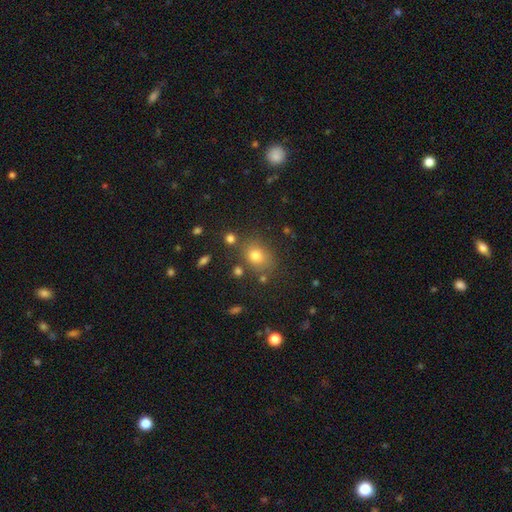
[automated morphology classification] smooth_or_featured: smooth (p=0.74) [alt: star or artifact p=0.16]
how_rounded: in between (p=0.53) [alt: round p=0.45]
merging: none (p=0.75) [alt: minor disturbance p=0.13]